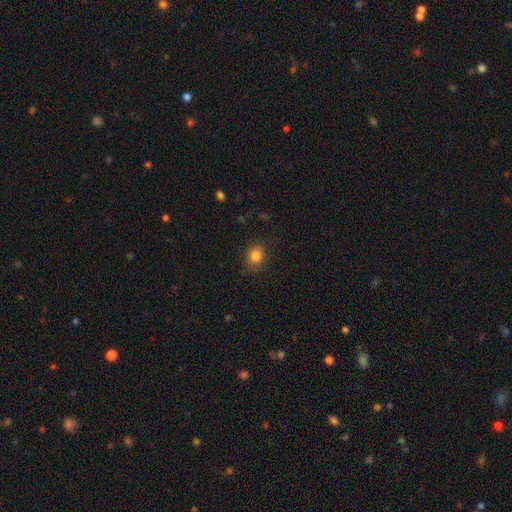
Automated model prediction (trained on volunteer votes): smooth_or_featured: smooth (p=0.82) [alt: star or artifact p=0.11]
how_rounded: round (p=0.58) [alt: in between p=0.41]
merging: none (p=0.82) [alt: minor disturbance p=0.13]